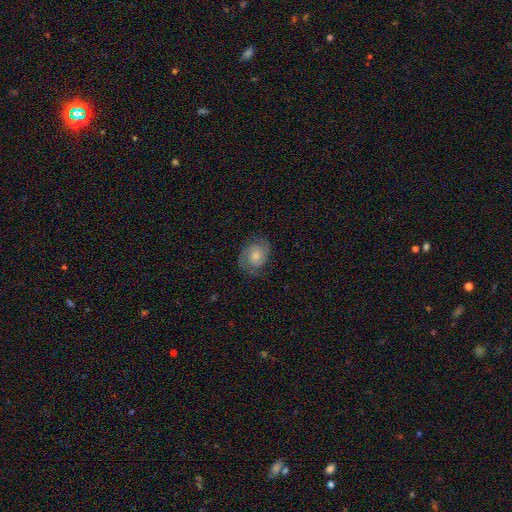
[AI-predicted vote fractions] Overall: featured or disk (71%). Edge-on disk: no (98%). Bar: no (75%). Spiral arms: yes (94%). Spiral arm count: 2 (87%). Spiral winding: tight (47%; medium 41%). Bulge size: moderate (43%, tied with small). Merging: none (78%).